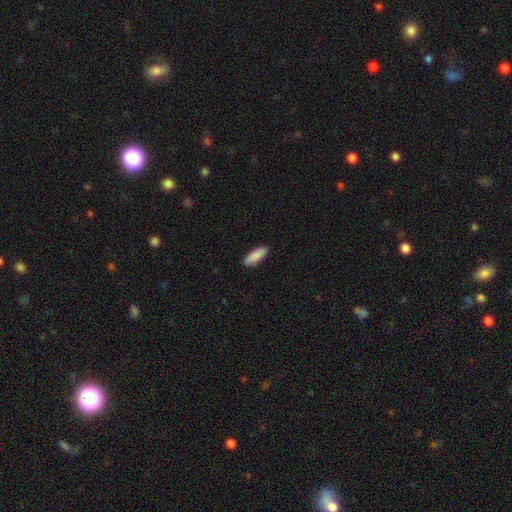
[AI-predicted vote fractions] smooth_or_featured: smooth (p=0.89) [alt: featured or disk p=0.06]
how_rounded: cigar-shaped (p=0.51) [alt: in between p=0.48]
merging: none (p=0.90) [alt: minor disturbance p=0.07]